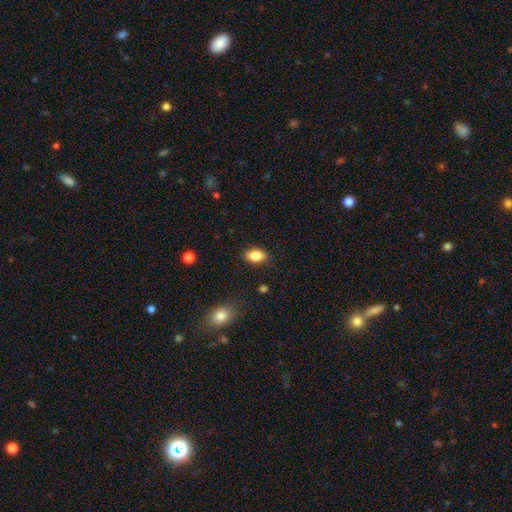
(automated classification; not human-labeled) Smooth or featured?
  - smooth: 86% *
  - star or artifact: 8%
  - featured or disk: 6%
How rounded?
  - in between: 88% *
  - round: 10%
  - cigar-shaped: 2%
Merging?
  - none: 87% *
  - minor disturbance: 10%
  - major disturbance: 3%
  - merger: 1%